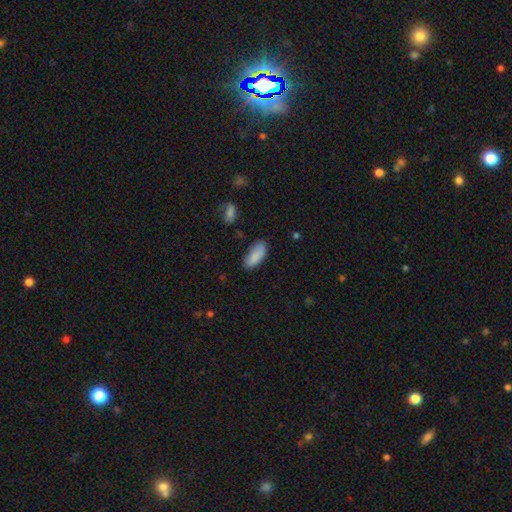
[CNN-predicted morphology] Smooth or featured? Predicted: smooth (p=0.87). How rounded? Predicted: in between (p=0.86). Merging? Predicted: none (p=0.75).